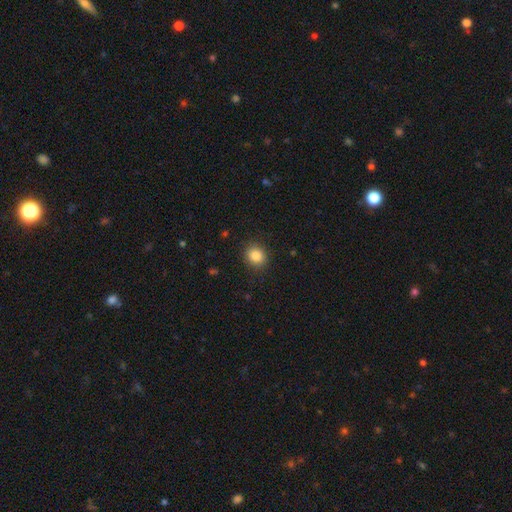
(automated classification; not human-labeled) A smooth galaxy with no disk features (86%) that is round (75%).

Vote fractions:
- Smooth or featured? smooth: 86% / star or artifact: 10% / featured or disk: 4%
- How rounded? round: 75% / in between: 24% / cigar-shaped: 1%
- Merging? none: 88% / minor disturbance: 9% / major disturbance: 3% / merger: 1%